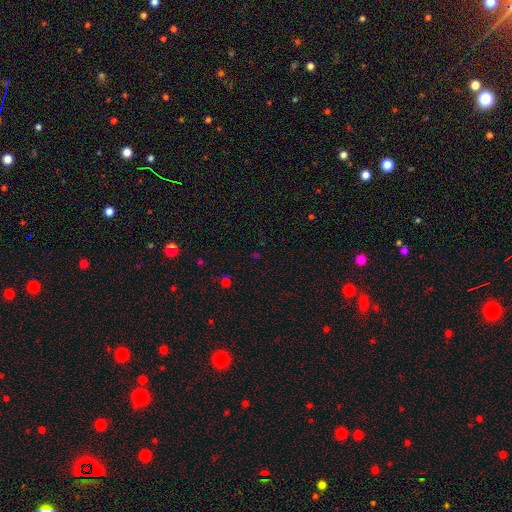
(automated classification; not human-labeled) Q: Smooth or featured?
A: star or artifact (62%); runner-up: smooth (30%)